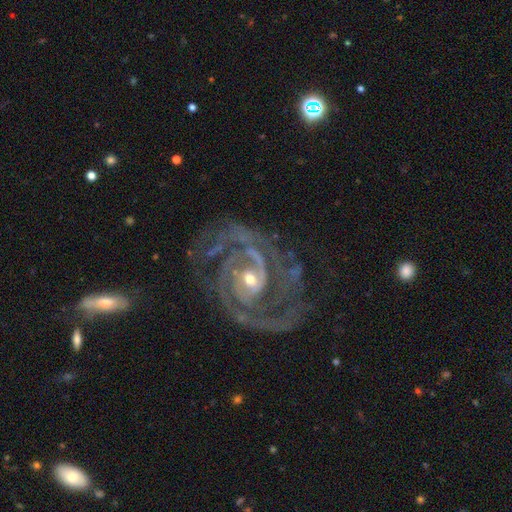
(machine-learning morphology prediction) Q: Smooth or featured?
A: featured or disk (91%); runner-up: star or artifact (6%)
Q: Edge-on disk?
A: no (97%); runner-up: yes (3%)
Q: Bar?
A: no (41%); runner-up: weak (40%)
Q: Spiral arms?
A: yes (98%); runner-up: no (2%)
Q: Spiral winding?
A: medium (48%); runner-up: tight (41%)
Q: Spiral arm count?
A: 2 (66%); runner-up: 3 (13%)
Q: Bulge size?
A: small (56%); runner-up: moderate (40%)
Q: Merging?
A: none (71%); runner-up: minor disturbance (16%)